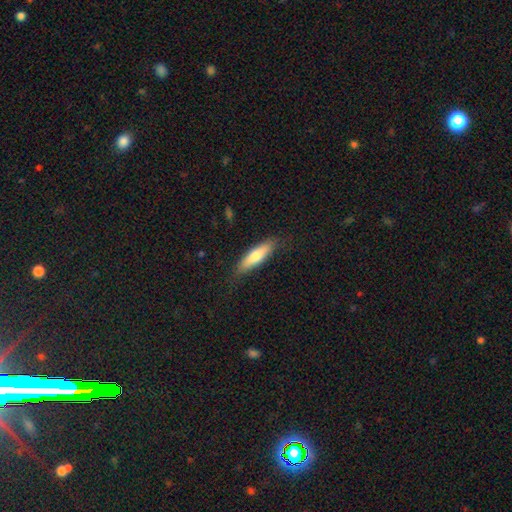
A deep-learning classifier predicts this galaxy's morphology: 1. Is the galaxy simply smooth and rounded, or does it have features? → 70% smooth, 25% featured or disk, 5% star or artifact.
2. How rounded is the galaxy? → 63% cigar-shaped, 35% in between, 2% round.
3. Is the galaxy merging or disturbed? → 83% none, 13% minor disturbance, 3% major disturbance, 1% merger.